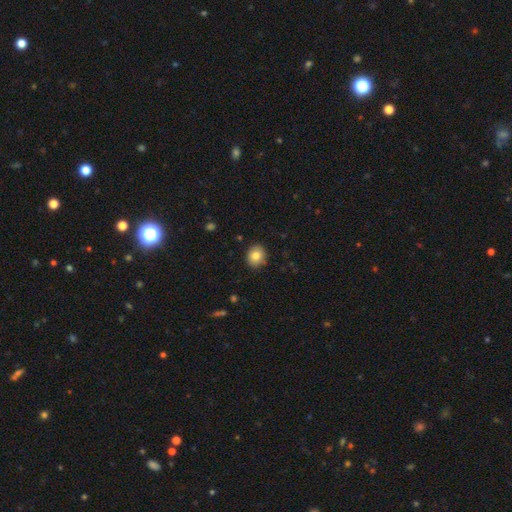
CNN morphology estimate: Smooth or featured?
  - smooth: 82% *
  - star or artifact: 9%
  - featured or disk: 9%
How rounded?
  - round: 73% *
  - in between: 27%
  - cigar-shaped: 1%
Merging?
  - none: 88% *
  - minor disturbance: 9%
  - major disturbance: 2%
  - merger: 1%